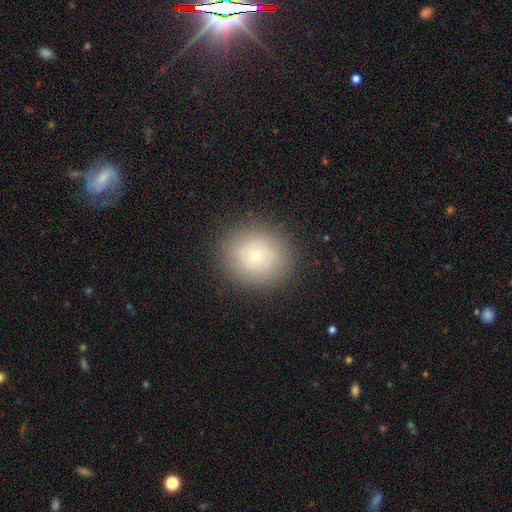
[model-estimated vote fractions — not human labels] smooth_or_featured: smooth (p=0.62) [alt: featured or disk p=0.28]
how_rounded: round (p=0.89) [alt: in between p=0.10]
merging: none (p=0.87) [alt: minor disturbance p=0.08]